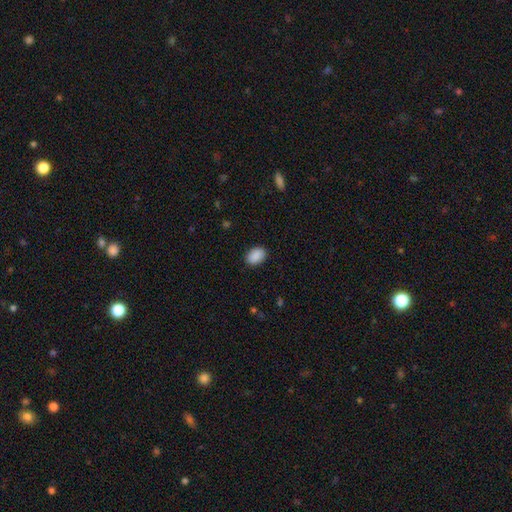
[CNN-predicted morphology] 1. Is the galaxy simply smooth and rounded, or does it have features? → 89% smooth, 7% star or artifact, 4% featured or disk.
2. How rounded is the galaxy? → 84% in between, 15% round, 1% cigar-shaped.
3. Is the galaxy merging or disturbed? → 87% none, 9% minor disturbance, 2% major disturbance, 1% merger.